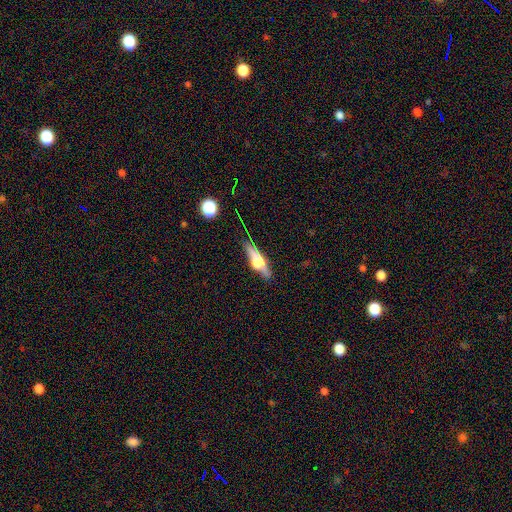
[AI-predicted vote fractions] Morphology: type=featured or disk (60%); edge-on=yes (90%); edge-on bulge=rounded (94%); merging=none (80%).